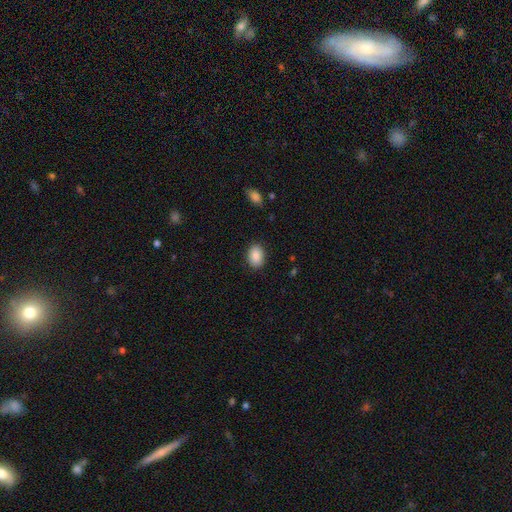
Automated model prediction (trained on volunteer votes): Smooth or featured: smooth — 89% (star or artifact — 7%)
How rounded: in between — 75% (round — 24%)
Merging: none — 87% (minor disturbance — 9%)